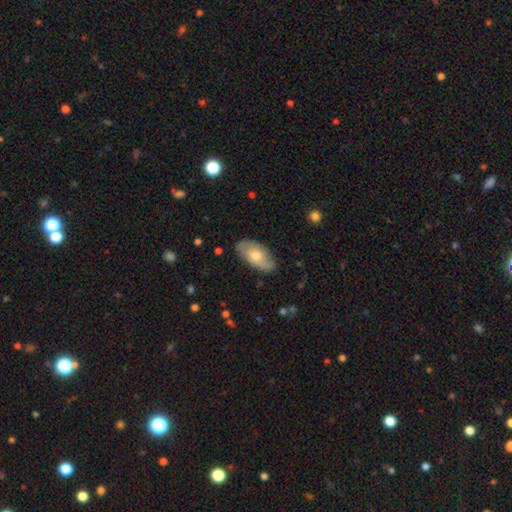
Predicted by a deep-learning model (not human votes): A smooth galaxy with no disk features (50%) that is in between round and cigar-shaped (92%).

Vote fractions:
- Smooth or featured? smooth: 50% / featured or disk: 44% / star or artifact: 6%
- How rounded? in between: 92% / cigar-shaped: 4% / round: 4%
- Merging? none: 80% / minor disturbance: 16% / major disturbance: 3% / merger: 1%